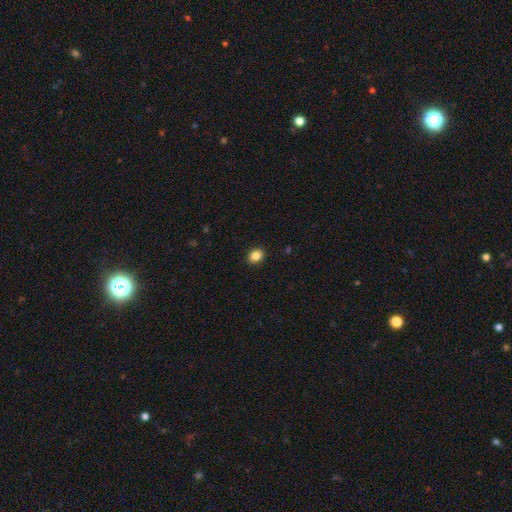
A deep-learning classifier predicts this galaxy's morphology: Smooth or featured: smooth — 86% (star or artifact — 10%)
How rounded: in between — 54% (round — 45%)
Merging: none — 91% (minor disturbance — 6%)